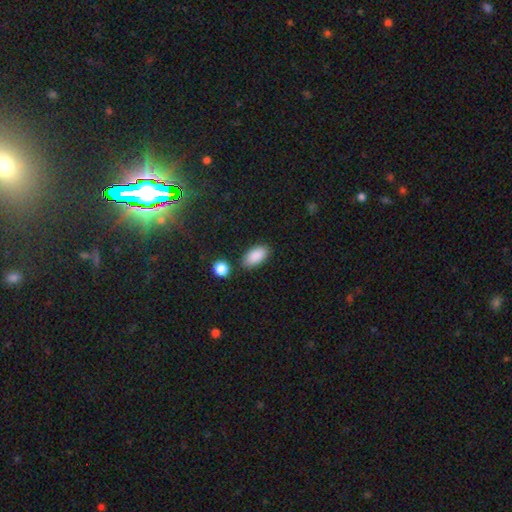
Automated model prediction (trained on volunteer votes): Smooth or featured: smooth — 89% (star or artifact — 7%)
How rounded: in between — 93% (cigar-shaped — 4%)
Merging: none — 81% (minor disturbance — 11%)